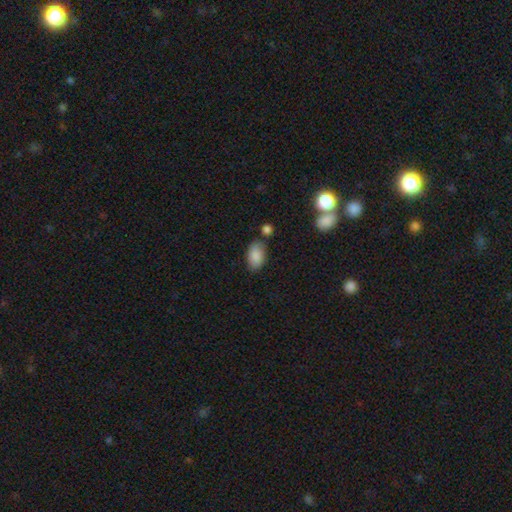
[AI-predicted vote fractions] smooth 85%, featured or disk 8%, star or artifact 7%. Down the decision tree: how rounded — in between (92%); merging — none (71%).